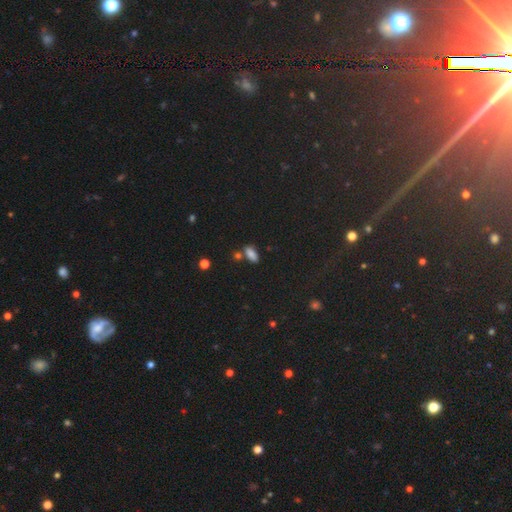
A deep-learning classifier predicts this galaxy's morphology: This is likely a smooth galaxy (78%). How rounded: clearly in between (85%). Merging: likely none (68%).